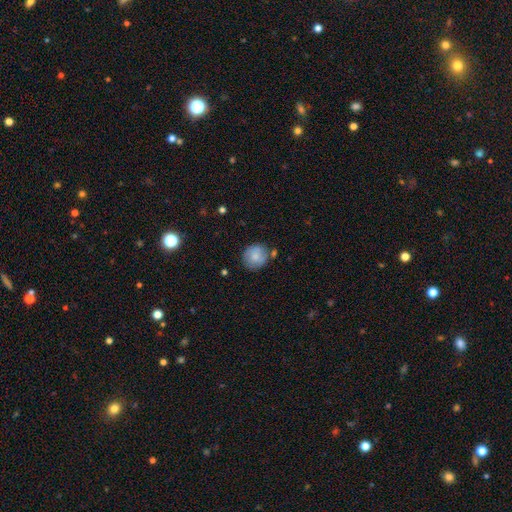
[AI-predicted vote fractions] Morphology: type=smooth (74%); roundness=round (88%); merging=none (74%).